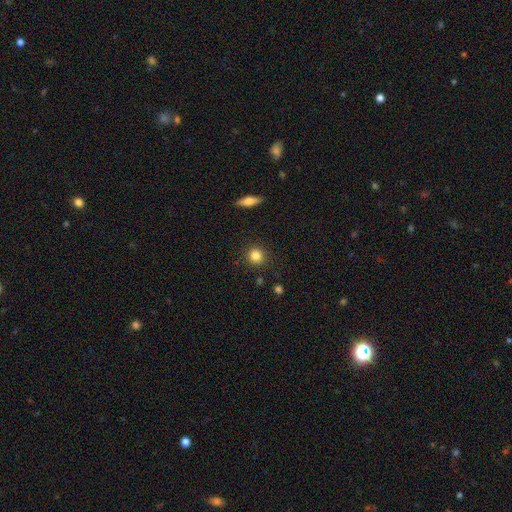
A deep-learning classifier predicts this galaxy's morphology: Smooth or featured?
  - smooth: 84% *
  - star or artifact: 11%
  - featured or disk: 6%
How rounded?
  - round: 91% *
  - in between: 8%
  - cigar-shaped: 1%
Merging?
  - none: 90% *
  - minor disturbance: 6%
  - major disturbance: 2%
  - merger: 2%